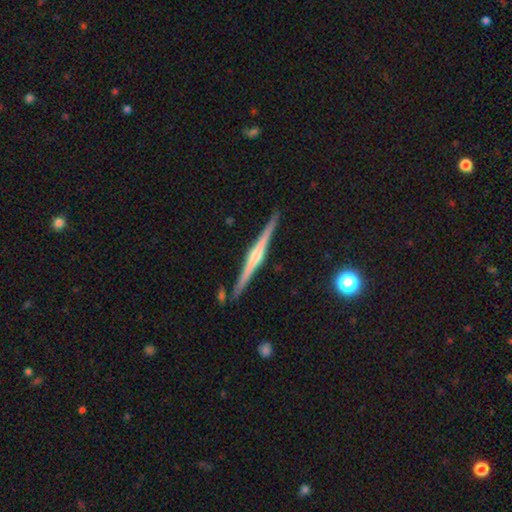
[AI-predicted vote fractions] Smooth or featured? featured or disk (80%)
Edge-on disk? yes (99%)
Edge-on bulge? rounded (73%)
Merging? none (90%)